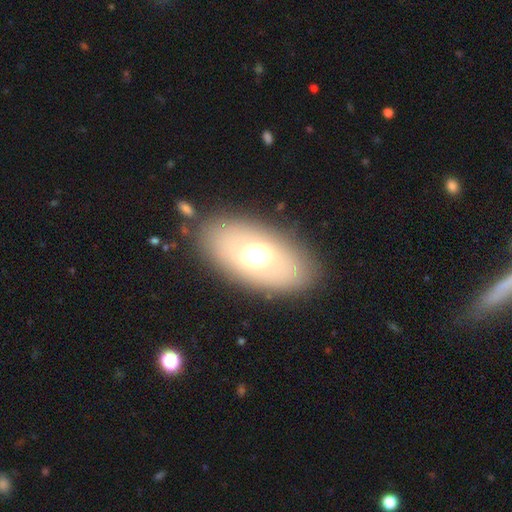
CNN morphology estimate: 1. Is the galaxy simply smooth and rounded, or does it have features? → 56% smooth, 33% featured or disk, 11% star or artifact.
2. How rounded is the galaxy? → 86% in between, 10% round, 3% cigar-shaped.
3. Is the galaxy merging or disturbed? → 84% none, 9% minor disturbance, 5% major disturbance, 2% merger.